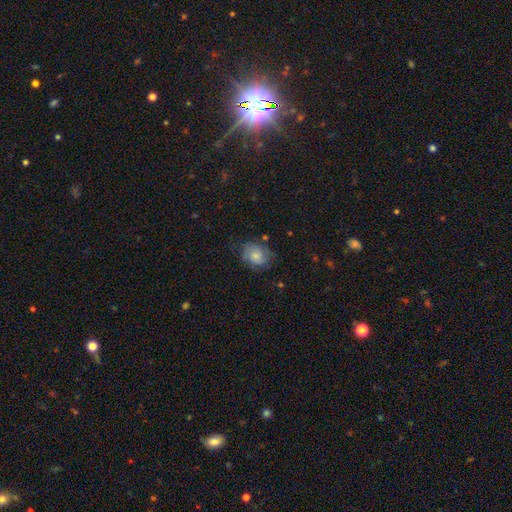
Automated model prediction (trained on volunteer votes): smooth 67%, featured or disk 25%, star or artifact 8%. Down the decision tree: how rounded — round (50%); merging — none (62%).